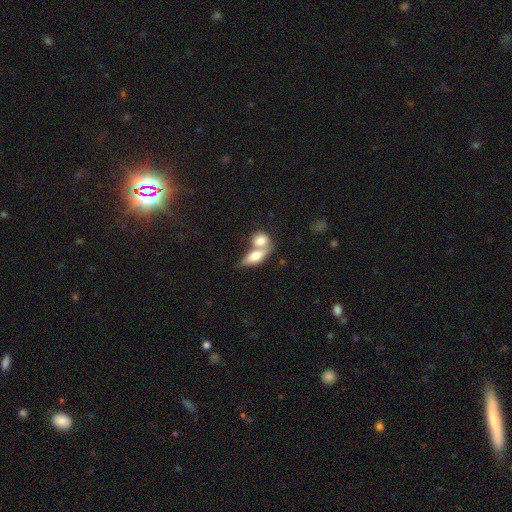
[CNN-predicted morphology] Overall: smooth (69%). How rounded: in between (74%). Merging: merger (66%).